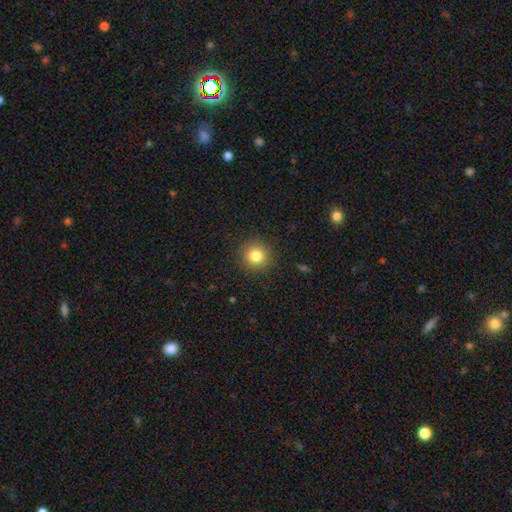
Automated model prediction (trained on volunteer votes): Overall: smooth (82%). How rounded: round (94%). Merging: none (91%).